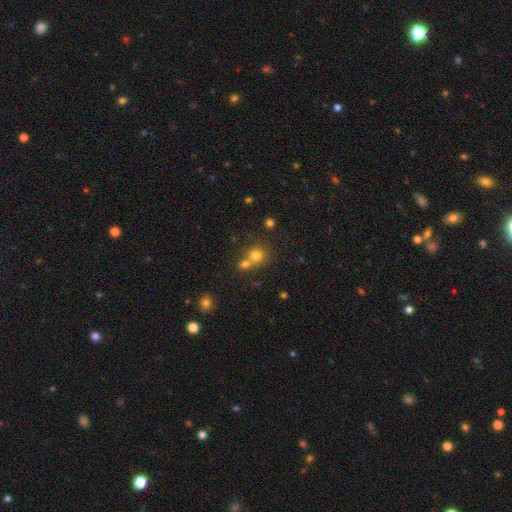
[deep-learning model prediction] Overall: smooth (75%). How rounded: round (85%). Merging: none (46%; merger 45%).